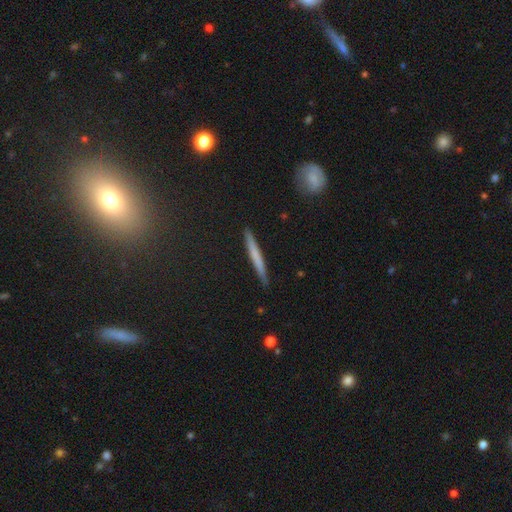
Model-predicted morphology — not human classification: A smooth galaxy with no disk features (54%) that is cigar-shaped (96%). Merging: none (88%).